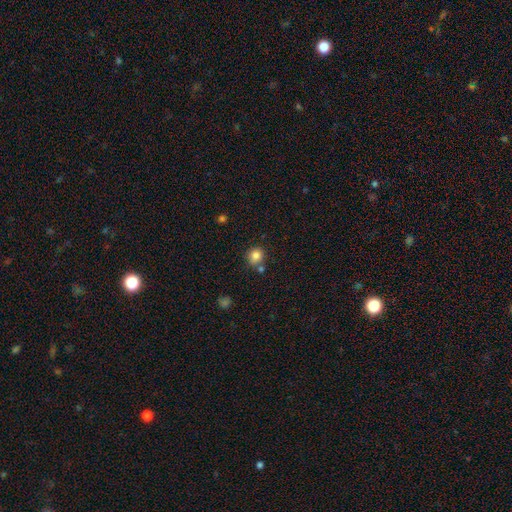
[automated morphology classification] smooth_or_featured: smooth (p=0.83) [alt: star or artifact p=0.11]
how_rounded: round (p=0.85) [alt: in between p=0.14]
merging: none (p=0.72) [alt: merger p=0.13]